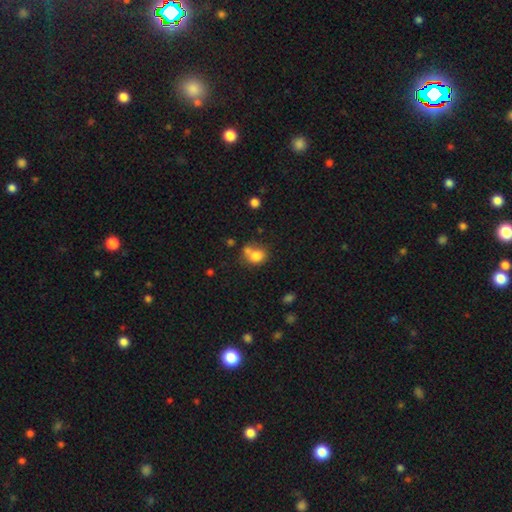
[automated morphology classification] type=smooth (78%); roundness=round (61%); merging=none (40%).